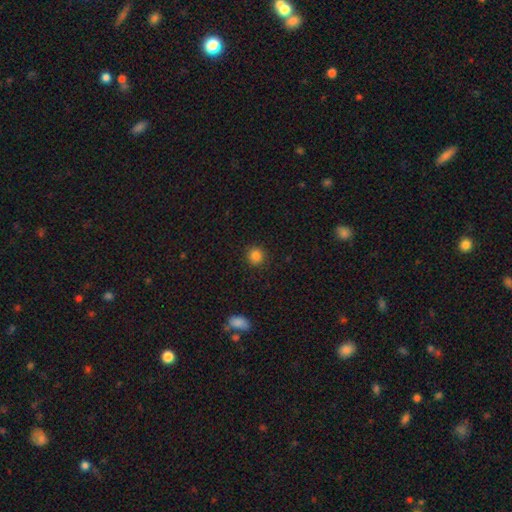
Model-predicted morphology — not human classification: Smooth or featured?
  - smooth: 85% *
  - star or artifact: 11%
  - featured or disk: 4%
How rounded?
  - round: 91% *
  - in between: 8%
  - cigar-shaped: 1%
Merging?
  - none: 91% *
  - minor disturbance: 6%
  - major disturbance: 2%
  - merger: 1%